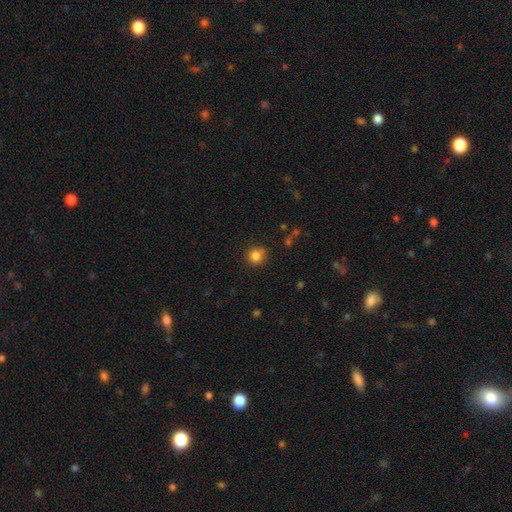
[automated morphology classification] type=smooth (83%); roundness=round (89%); merging=none (84%).